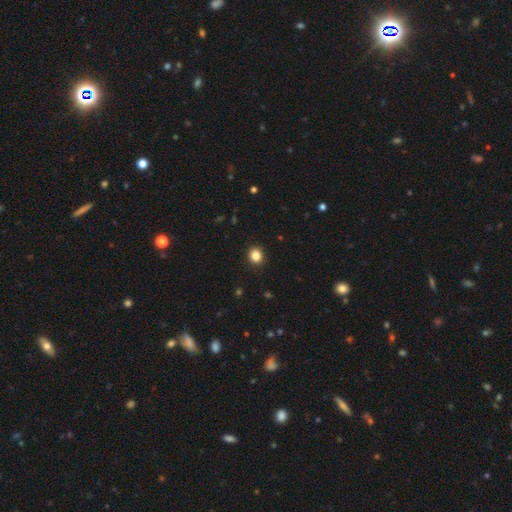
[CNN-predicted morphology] The model was most divided on "how rounded": round: 79%, in between: 20%, cigar-shaped: 1%. More confident: merging — none (92%); smooth or featured — smooth (86%).